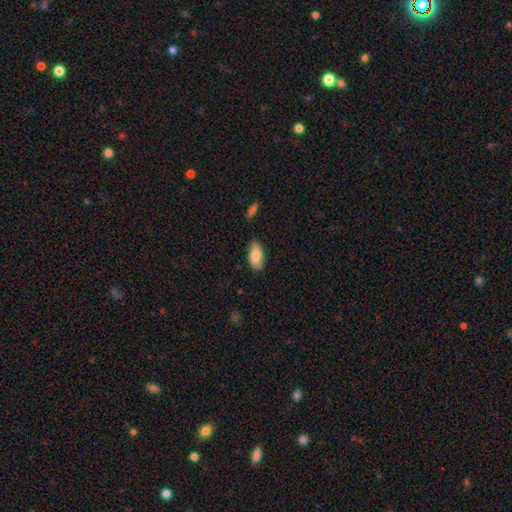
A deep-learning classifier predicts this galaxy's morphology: This appears to be a smooth galaxy with no disk features (86%) that is in between round and cigar-shaped (92%). Merging: none (81%).